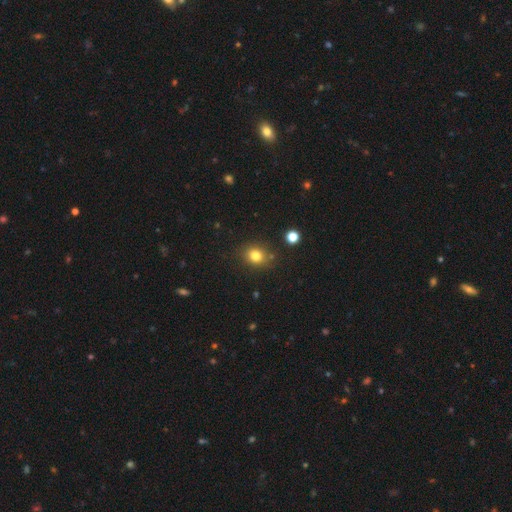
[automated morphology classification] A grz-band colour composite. It shows a smooth galaxy with no disk features (81%) that is round (64%). Merging: none (81%).